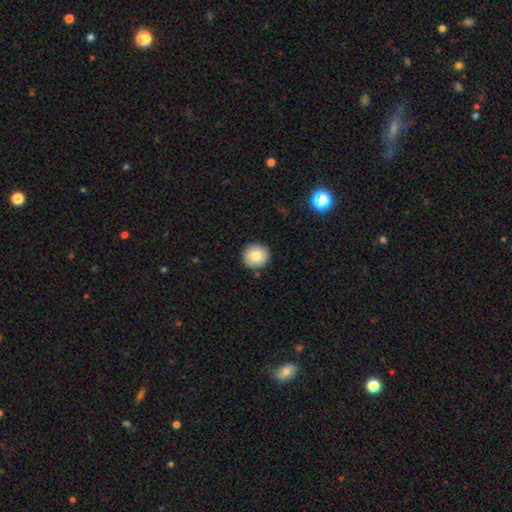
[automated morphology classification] smooth 81%, featured or disk 10%, star or artifact 9%. Down the decision tree: how rounded — round (93%); merging — none (89%).